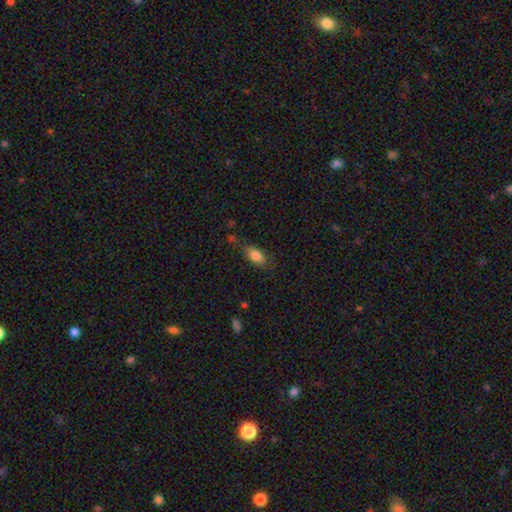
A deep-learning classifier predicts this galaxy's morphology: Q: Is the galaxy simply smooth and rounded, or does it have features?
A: smooth — 82%.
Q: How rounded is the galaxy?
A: in between — 85%.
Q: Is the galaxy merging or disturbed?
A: none — 71%.